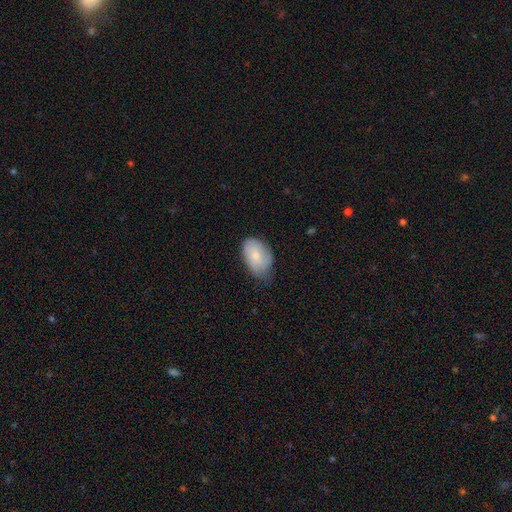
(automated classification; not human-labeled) Q: Smooth or featured?
A: smooth (75%); runner-up: featured or disk (19%)
Q: How rounded?
A: in between (88%); runner-up: round (11%)
Q: Merging?
A: none (46%); runner-up: minor disturbance (43%)